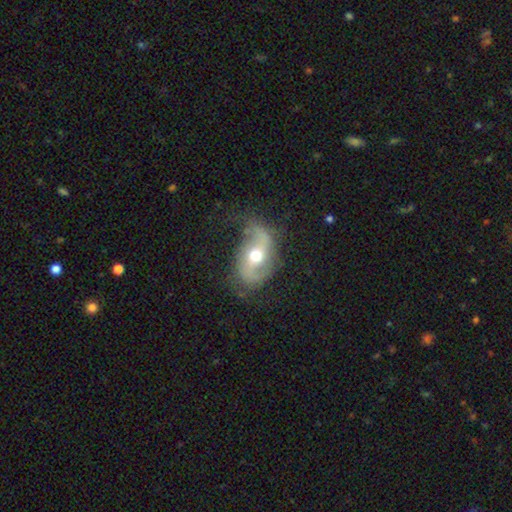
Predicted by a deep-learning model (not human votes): This is likely a featured or disk galaxy (75%). It is clearly not viewed edge-on (94%). Bar: marginally no (44%). Spiral arm pattern: clearly yes (81%). Spiral arm count: clearly 2 (86%). Spiral winding: likely loose (63%). Central bulge: likely moderate (74%). Merging: likely none (61%).